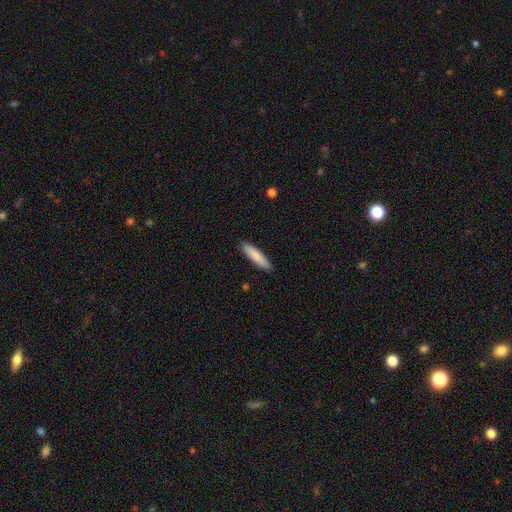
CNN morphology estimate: This is clearly a smooth galaxy (86%). How rounded: clearly cigar-shaped (81%). Merging: clearly none (90%).